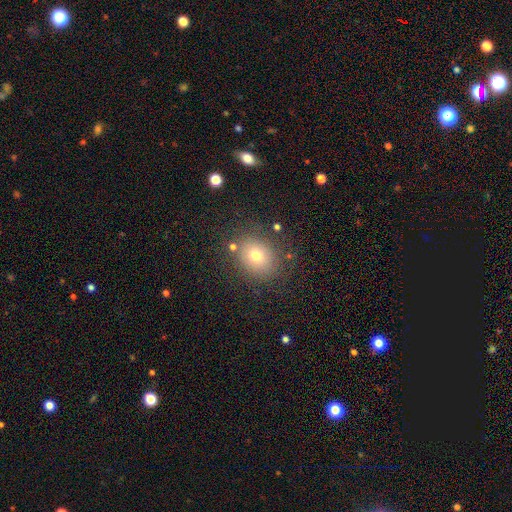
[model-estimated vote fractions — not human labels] Smooth or featured? smooth (71%)
How rounded? round (63%)
Merging? none (80%)